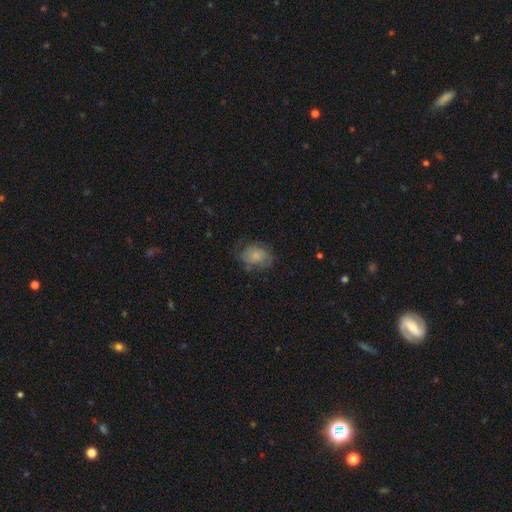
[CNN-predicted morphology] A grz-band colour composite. It shows a smooth galaxy with no disk features (66%) that is in between round and cigar-shaped (56%). Merging: none (56%).